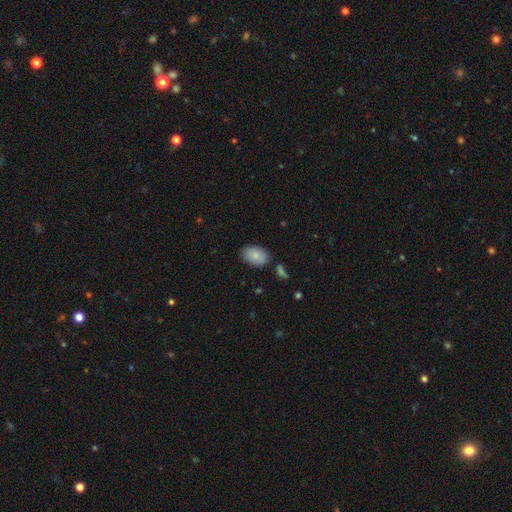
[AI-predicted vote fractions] A smooth galaxy with no disk features (86%) that is in between round and cigar-shaped (89%). Merging: none (81%).